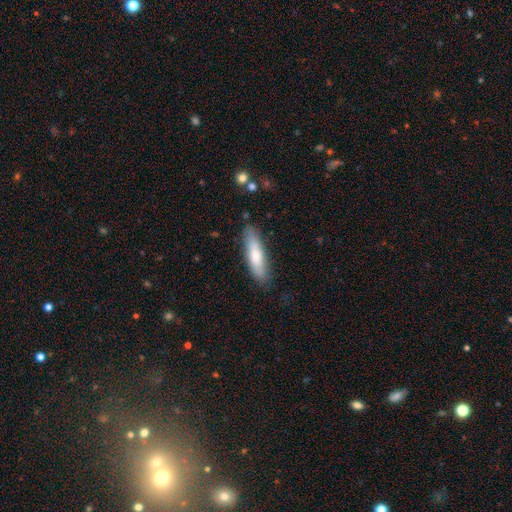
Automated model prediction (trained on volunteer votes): Q: Smooth or featured?
A: smooth (72%); runner-up: featured or disk (23%)
Q: How rounded?
A: cigar-shaped (67%); runner-up: in between (31%)
Q: Merging?
A: none (82%); runner-up: minor disturbance (14%)